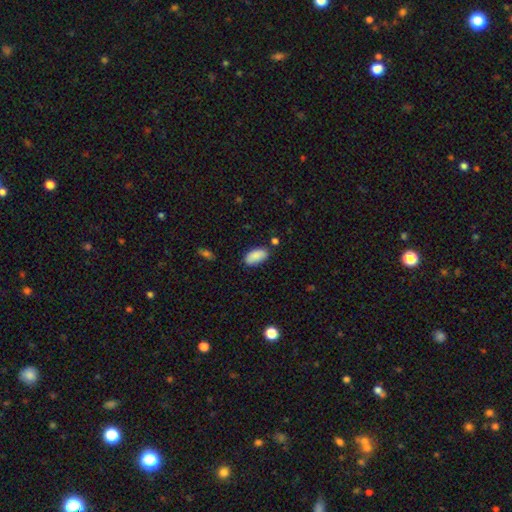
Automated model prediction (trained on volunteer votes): This appears to be a smooth galaxy with no disk features (88%) that is in between round and cigar-shaped (94%). Merging: none (79%).